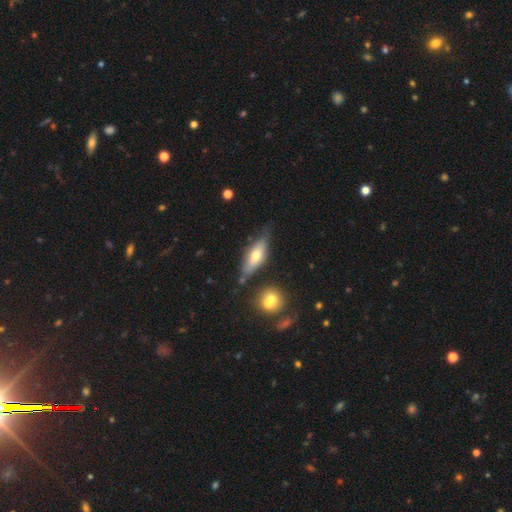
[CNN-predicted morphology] smooth-or-featured: smooth: 51% | featured or disk: 42% | star or artifact: 7%
  how-rounded: in between: 58% | cigar-shaped: 39% | round: 3%
  merging: none: 68% | minor disturbance: 20% | merger: 6% | major disturbance: 5%